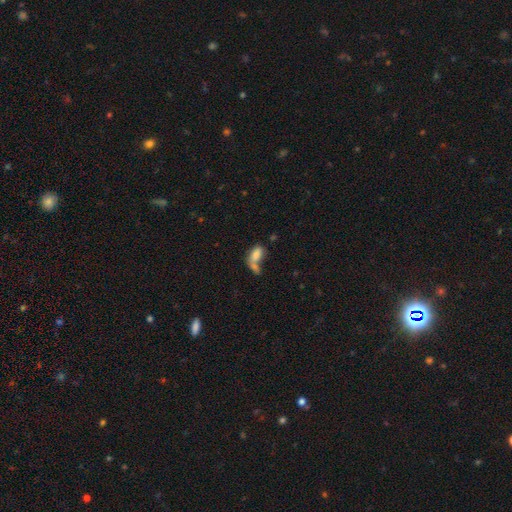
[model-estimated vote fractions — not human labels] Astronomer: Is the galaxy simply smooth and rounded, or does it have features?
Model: smooth — 76%.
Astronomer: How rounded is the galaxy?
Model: in between — 88%.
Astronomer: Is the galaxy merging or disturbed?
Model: merger — 53%.